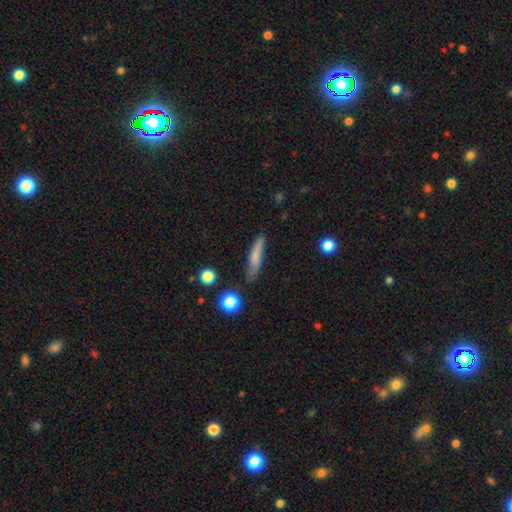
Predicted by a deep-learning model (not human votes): Smooth or featured? smooth (72%)
How rounded? cigar-shaped (85%)
Merging? none (76%)